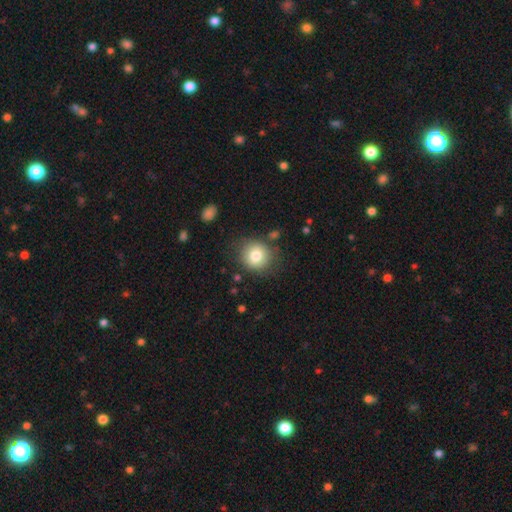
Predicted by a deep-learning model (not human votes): A smooth galaxy with no disk features (79%) that is round (87%).

Vote fractions:
- Smooth or featured? smooth: 79% / featured or disk: 11% / star or artifact: 10%
- How rounded? round: 87% / in between: 13% / cigar-shaped: 1%
- Merging? none: 79% / minor disturbance: 13% / major disturbance: 5% / merger: 3%